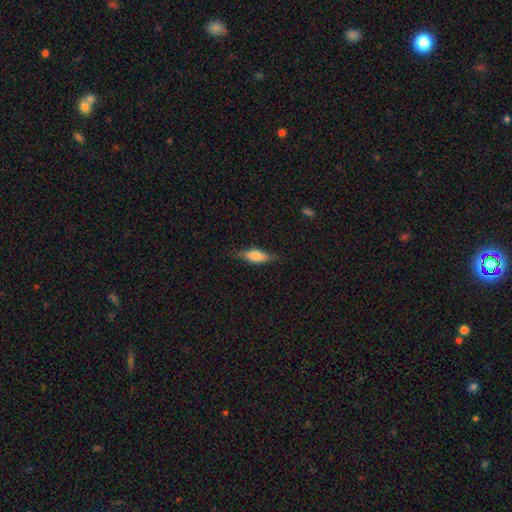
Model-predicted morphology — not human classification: Smooth or featured: smooth — 64% (featured or disk — 28%)
How rounded: in between — 60% (cigar-shaped — 37%)
Merging: none — 79% (minor disturbance — 16%)